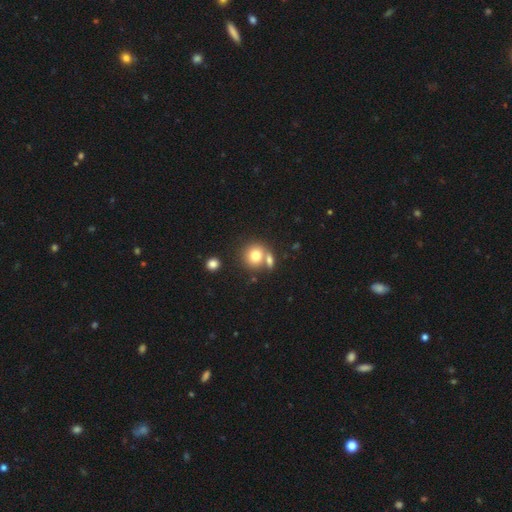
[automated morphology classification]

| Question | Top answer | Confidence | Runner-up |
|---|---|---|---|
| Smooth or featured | smooth | 78% | featured or disk (12%) |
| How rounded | round | 84% | in between (15%) |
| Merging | none | 54% | merger (32%) |